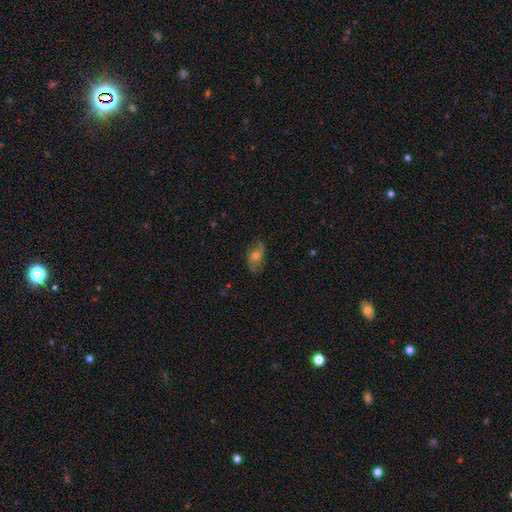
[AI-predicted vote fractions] This is possibly a featured or disk galaxy (53%). It is clearly not viewed edge-on (91%). Merging: likely none (73%).